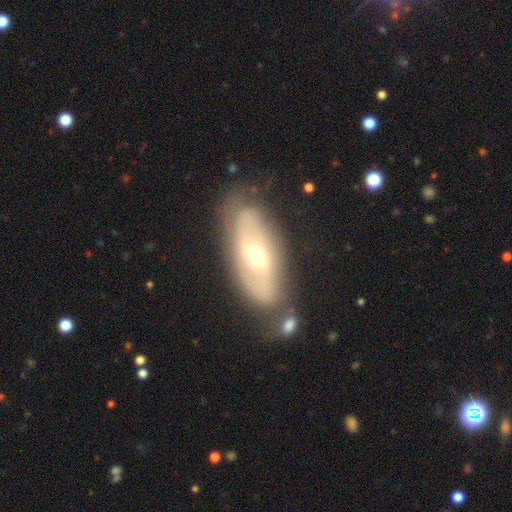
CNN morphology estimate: Smooth or featured: featured or disk — 69% (smooth — 25%)
Edge-on disk: no — 87% (yes — 13%)
Bar: no — 53% (weak — 32%)
Spiral arms: yes — 71% (no — 29%)
Bulge size: moderate — 57% (small — 38%)
Merging: none — 71% (minor disturbance — 16%)